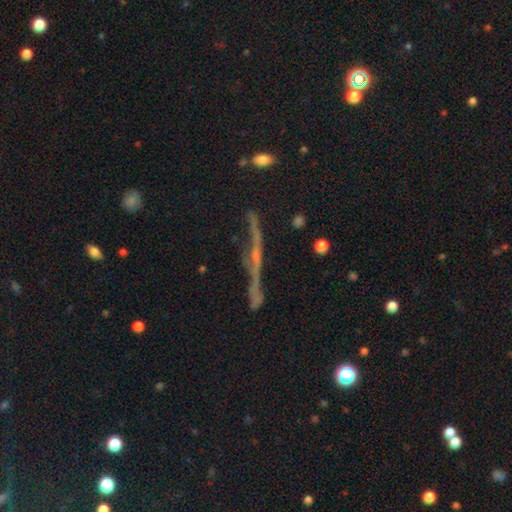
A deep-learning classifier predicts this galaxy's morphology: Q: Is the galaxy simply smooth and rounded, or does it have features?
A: featured or disk — 73%.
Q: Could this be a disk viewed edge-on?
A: yes — 91%.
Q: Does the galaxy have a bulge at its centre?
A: none — 53%.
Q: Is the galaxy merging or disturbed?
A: none — 70%.